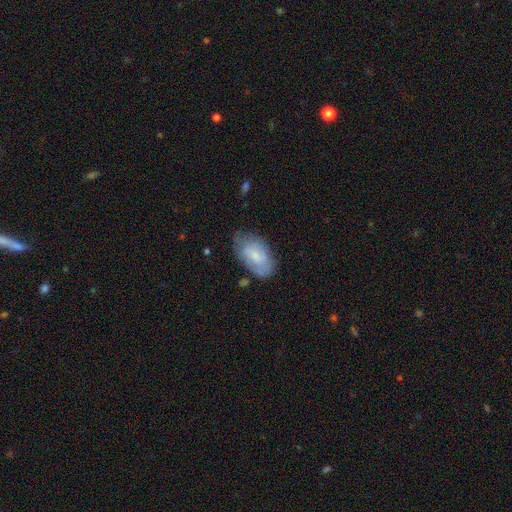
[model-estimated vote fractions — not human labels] smooth_or_featured: smooth (p=0.57) [alt: featured or disk p=0.36]
how_rounded: in between (p=0.93) [alt: round p=0.05]
merging: none (p=0.63) [alt: minor disturbance p=0.26]